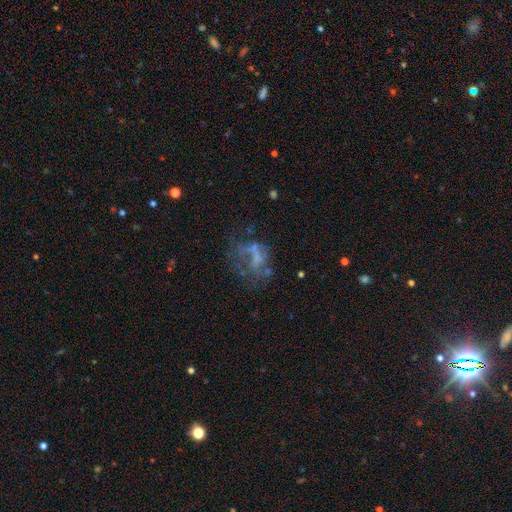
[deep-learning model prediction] Smooth or featured? Predicted: featured or disk (p=0.53). Edge-on disk? Predicted: no (p=0.97). Bar? Predicted: no (p=0.83). Spiral arms? Predicted: no (p=0.89). Bulge size? Predicted: none (p=0.72). Merging? Predicted: major disturbance (p=0.40).